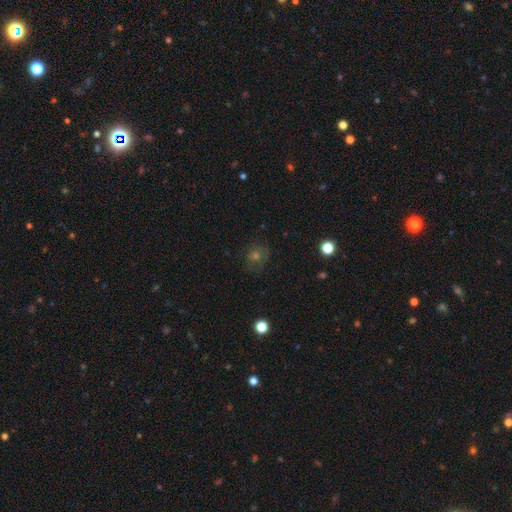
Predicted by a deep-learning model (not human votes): This is possibly a smooth galaxy (46%). Merging: likely none (79%).